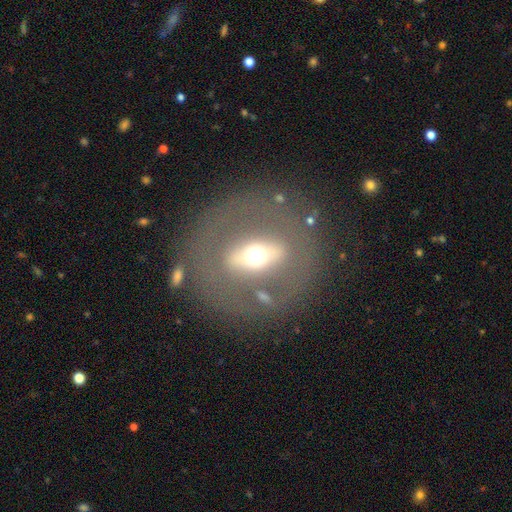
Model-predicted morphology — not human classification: Smooth or featured: featured or disk — 59% (smooth — 32%)
Edge-on disk: no — 84% (yes — 16%)
Merging: none — 73% (minor disturbance — 12%)